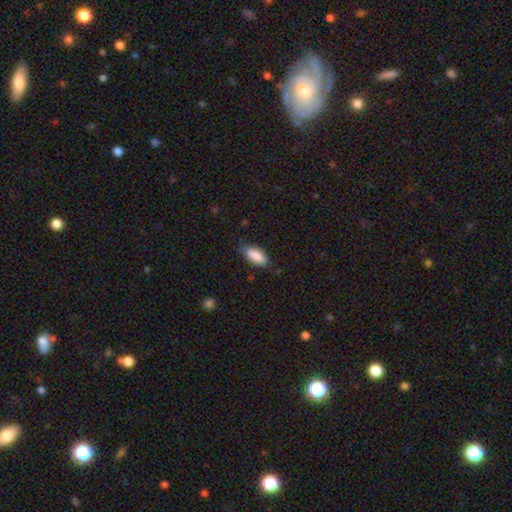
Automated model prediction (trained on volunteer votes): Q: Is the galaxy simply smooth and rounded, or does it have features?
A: smooth — 88%.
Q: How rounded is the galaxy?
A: in between — 85%.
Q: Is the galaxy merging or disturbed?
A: none — 73%.